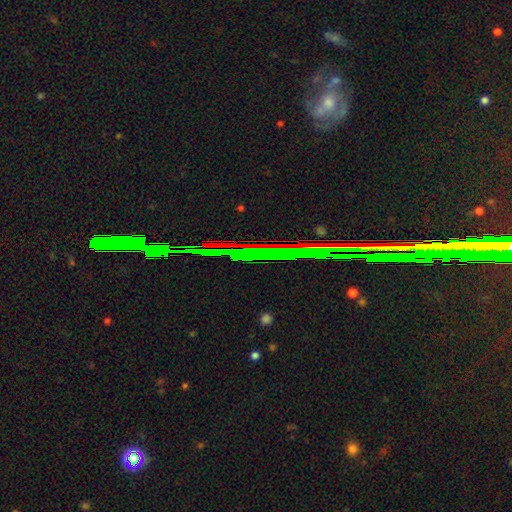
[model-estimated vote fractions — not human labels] Smooth or featured: star or artifact — 72% (featured or disk — 15%)